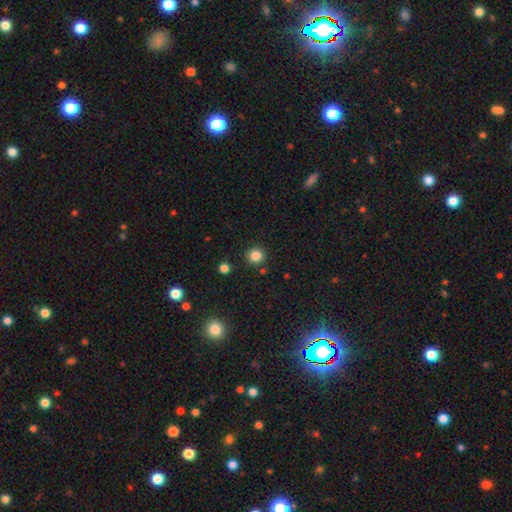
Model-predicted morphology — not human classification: smooth-or-featured: smooth: 84% | star or artifact: 12% | featured or disk: 4%
  how-rounded: round: 93% | in between: 7% | cigar-shaped: 1%
  merging: none: 89% | minor disturbance: 6% | merger: 3% | major disturbance: 2%